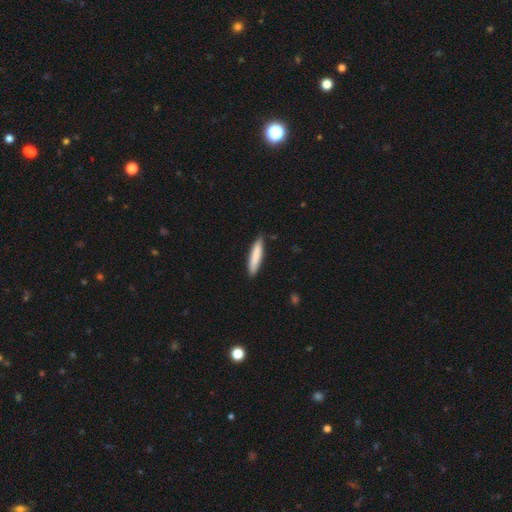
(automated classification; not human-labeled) Smooth or featured? Predicted: smooth (p=0.84). How rounded? Predicted: cigar-shaped (p=0.85). Merging? Predicted: none (p=0.86).